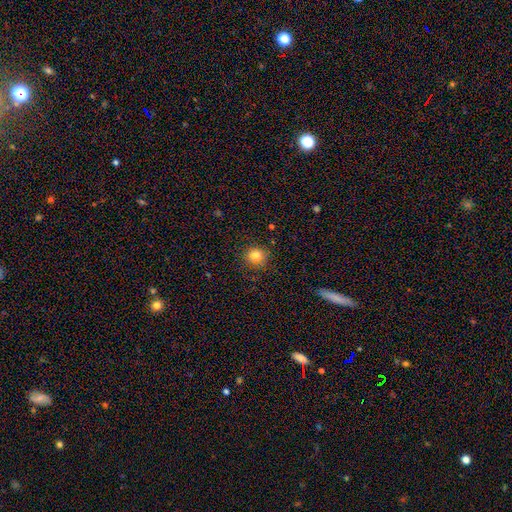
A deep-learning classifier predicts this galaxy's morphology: smooth 83%, star or artifact 12%, featured or disk 5%. Down the decision tree: how rounded — round (90%); merging — none (88%).